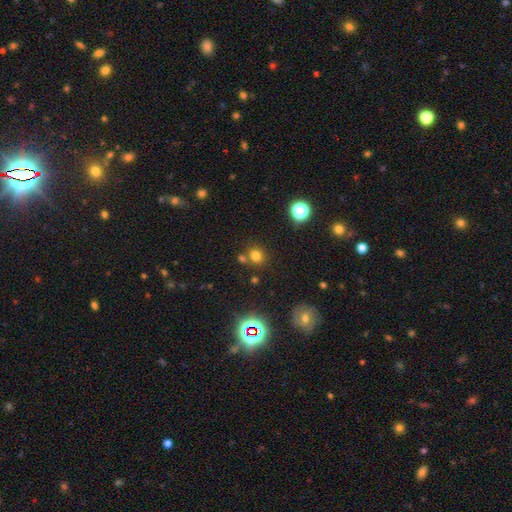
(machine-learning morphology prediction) Q: Smooth or featured?
A: smooth (71%); runner-up: star or artifact (22%)
Q: How rounded?
A: round (84%); runner-up: in between (15%)
Q: Merging?
A: none (73%); runner-up: merger (16%)